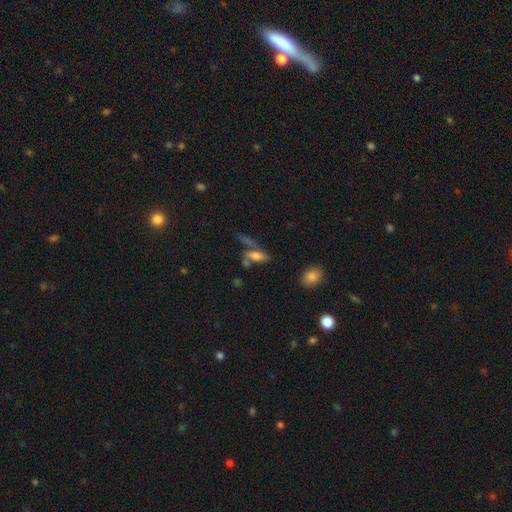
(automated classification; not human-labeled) Morphology: type=smooth (58%); roundness=in between (59%); merging=none (44%).